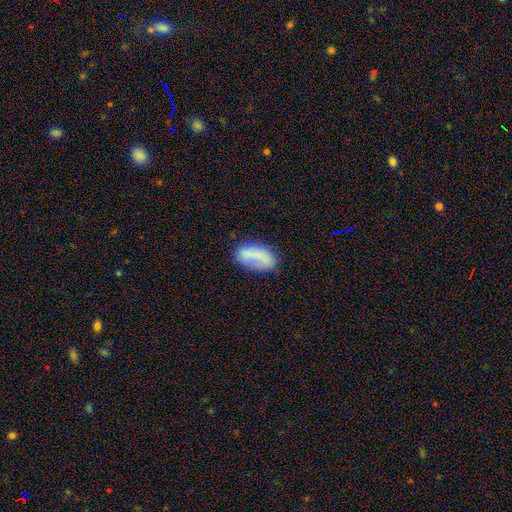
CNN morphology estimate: smooth-or-featured: smooth: 73% | featured or disk: 18% | star or artifact: 9%
  how-rounded: in between: 90% | cigar-shaped: 5% | round: 4%
  merging: none: 59% | minor disturbance: 25% | major disturbance: 11% | merger: 5%